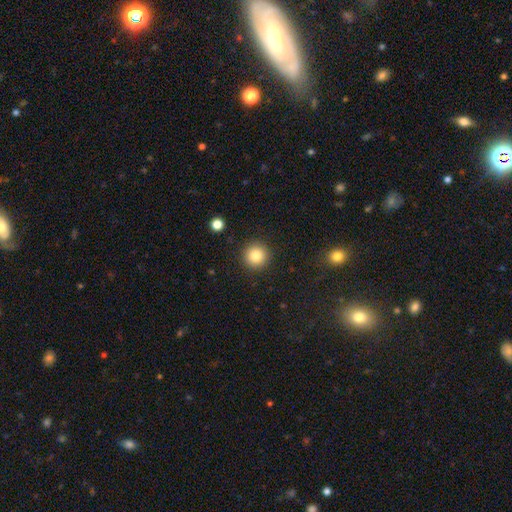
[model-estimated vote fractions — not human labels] Q: Smooth or featured?
A: smooth (83%); runner-up: star or artifact (11%)
Q: How rounded?
A: round (95%); runner-up: in between (4%)
Q: Merging?
A: none (91%); runner-up: minor disturbance (5%)